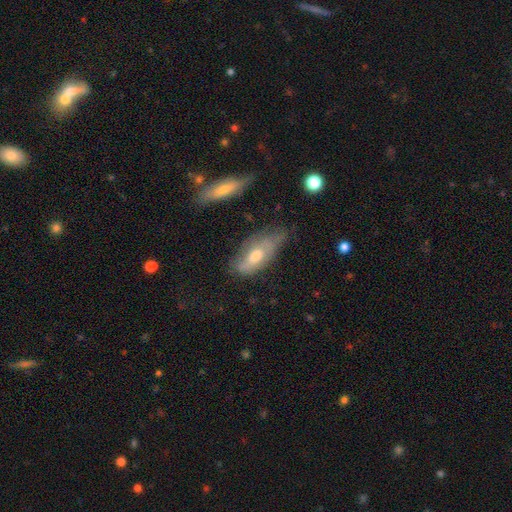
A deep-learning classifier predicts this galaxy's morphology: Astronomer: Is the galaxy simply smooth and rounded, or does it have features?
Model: smooth — 52% (runner-up: featured or disk, 41%).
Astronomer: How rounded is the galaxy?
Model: in between — 78%.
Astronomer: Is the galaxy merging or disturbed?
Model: none — 47% (runner-up: minor disturbance, 34%).